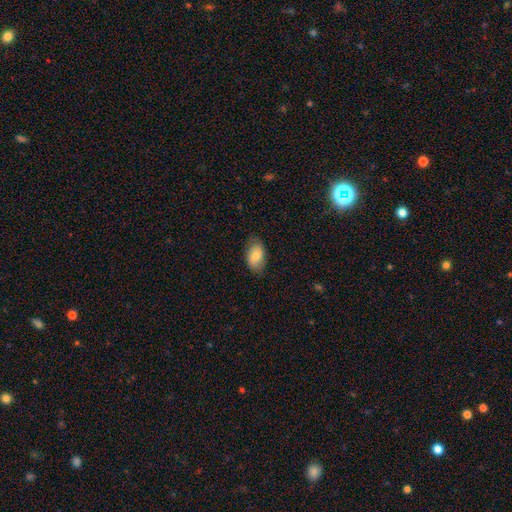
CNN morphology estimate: A smooth galaxy with no disk features (82%) that is in between round and cigar-shaped (92%). Merging: none (77%).